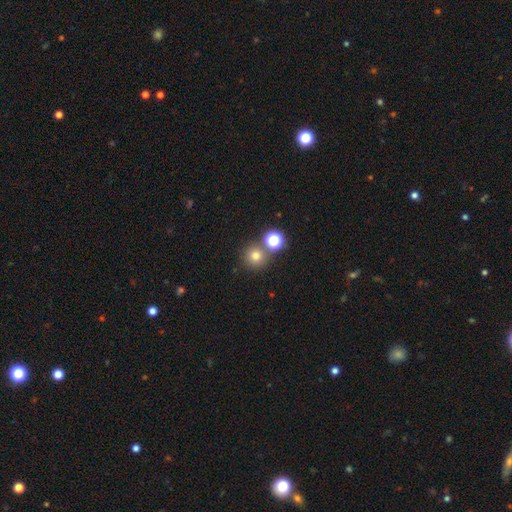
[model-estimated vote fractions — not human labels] Smooth or featured?
  - smooth: 73% *
  - star or artifact: 19%
  - featured or disk: 8%
How rounded?
  - round: 93% *
  - in between: 6%
  - cigar-shaped: 1%
Merging?
  - none: 72% *
  - merger: 18%
  - minor disturbance: 7%
  - major disturbance: 3%